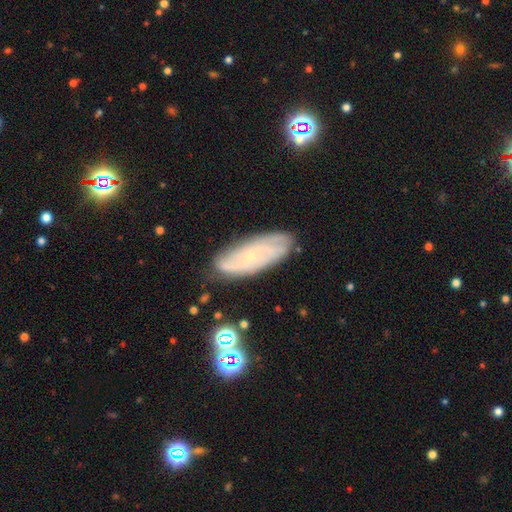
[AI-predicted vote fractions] featured or disk 63%, smooth 25%, star or artifact 11%. Down the decision tree: edge-on disk — no (85%); bar — no (73%); spiral arms — yes (87%); bulge size — small (81%); merging — none (78%).